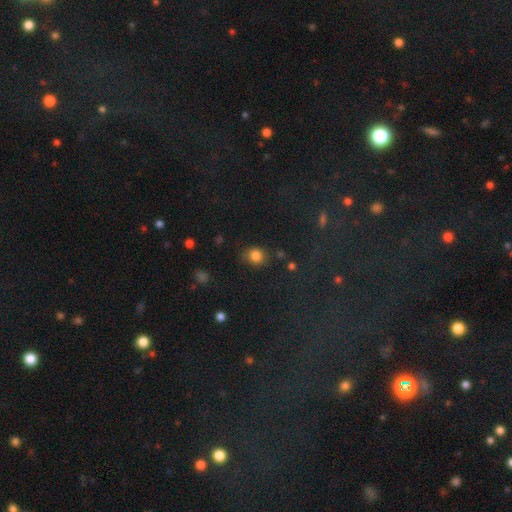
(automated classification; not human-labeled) Smooth or featured? Predicted: smooth (p=0.82). How rounded? Predicted: round (p=0.75). Merging? Predicted: none (p=0.77).